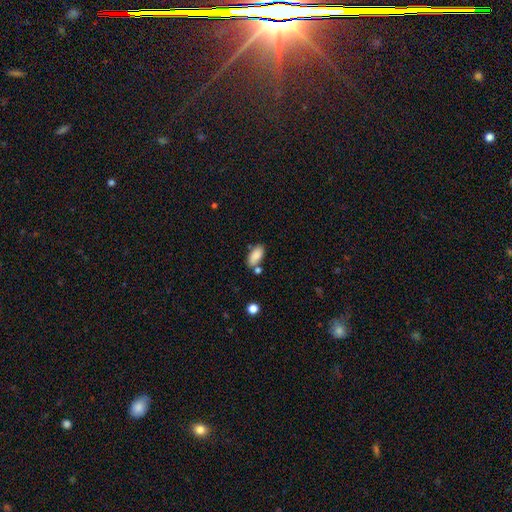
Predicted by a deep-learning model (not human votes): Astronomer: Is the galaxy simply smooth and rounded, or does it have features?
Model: smooth — 87%.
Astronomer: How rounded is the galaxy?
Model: in between — 89%.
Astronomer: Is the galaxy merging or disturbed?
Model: none — 69%.